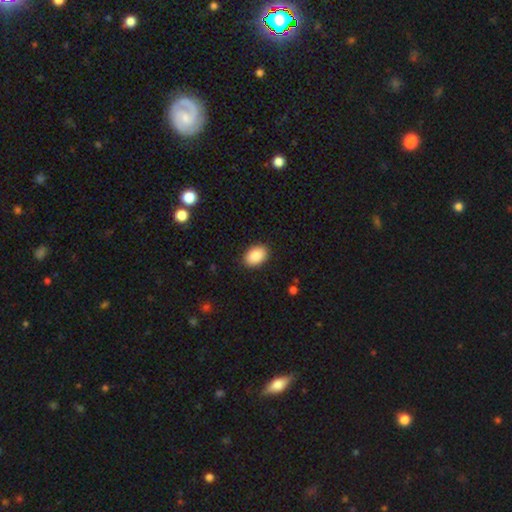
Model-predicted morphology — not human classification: This appears to be a smooth galaxy with no disk features (89%) that is in between round and cigar-shaped (85%). Merging: none (89%).